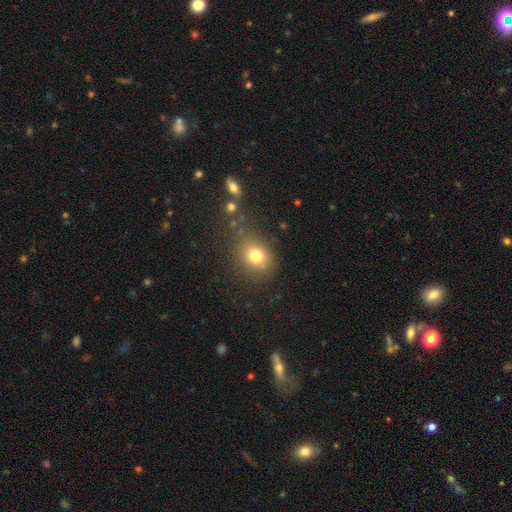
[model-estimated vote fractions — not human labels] A smooth galaxy with no disk features (77%) that is round (54%).

Vote fractions:
- Smooth or featured? smooth: 77% / star or artifact: 12% / featured or disk: 10%
- How rounded? round: 54% / in between: 45% / cigar-shaped: 1%
- Merging? none: 69% / minor disturbance: 18% / major disturbance: 7% / merger: 6%